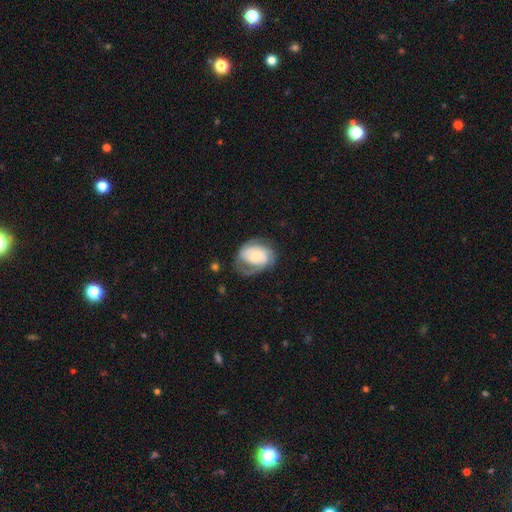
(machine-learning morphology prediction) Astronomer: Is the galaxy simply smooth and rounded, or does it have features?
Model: featured or disk — 69%.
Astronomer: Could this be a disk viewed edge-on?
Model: no — 97%.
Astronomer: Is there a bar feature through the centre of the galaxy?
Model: no — 64%.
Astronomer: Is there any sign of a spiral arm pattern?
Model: yes — 88%.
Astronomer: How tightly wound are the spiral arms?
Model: tight — 47% (runner-up: medium, 38%).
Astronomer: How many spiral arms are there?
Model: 2 — 51%.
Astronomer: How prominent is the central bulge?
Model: small — 48% (runner-up: moderate, 36%).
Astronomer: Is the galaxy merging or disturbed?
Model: none — 54%.